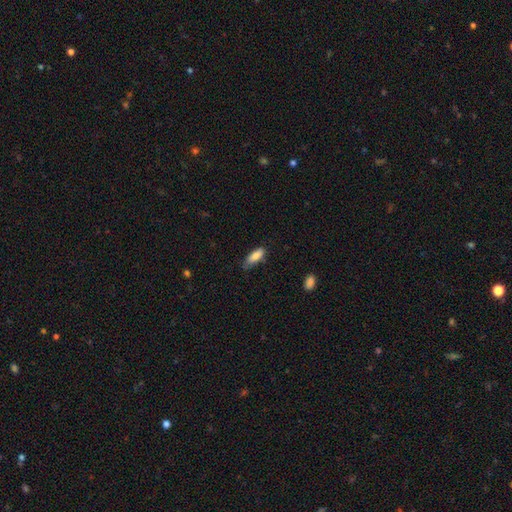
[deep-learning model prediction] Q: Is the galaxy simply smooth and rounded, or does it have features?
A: smooth — 82%.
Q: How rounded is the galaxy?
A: in between — 69%.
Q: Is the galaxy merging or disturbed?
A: none — 64%.